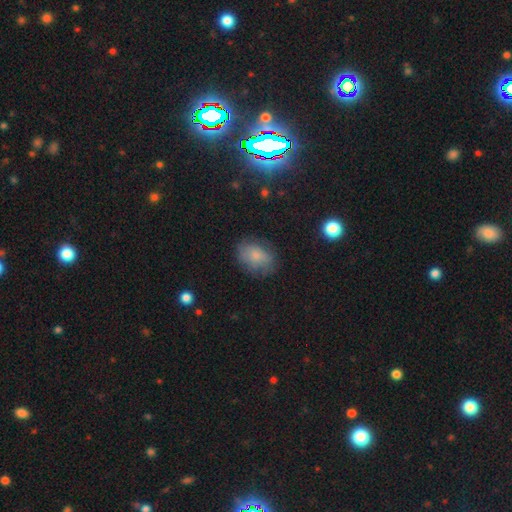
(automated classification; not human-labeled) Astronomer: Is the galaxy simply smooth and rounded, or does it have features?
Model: smooth — 72%.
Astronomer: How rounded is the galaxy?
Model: in between — 74%.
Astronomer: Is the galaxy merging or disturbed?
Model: none — 72%.